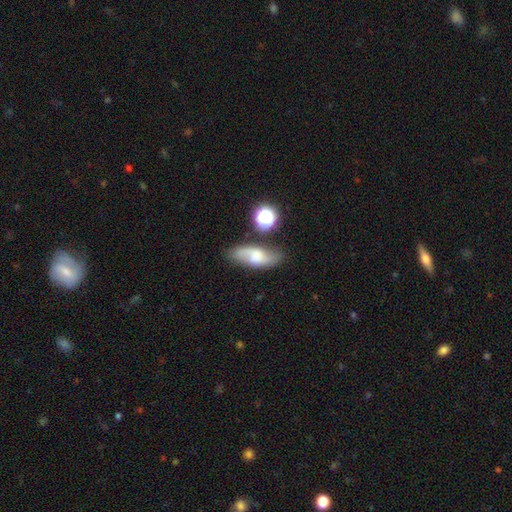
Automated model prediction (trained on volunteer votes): The model was most divided on "smooth or featured": smooth: 46%, featured or disk: 43%, star or artifact: 11%. More confident: merging — none (67%).